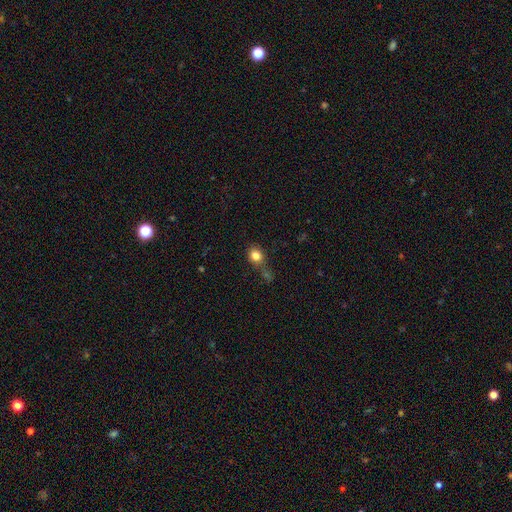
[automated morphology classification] A smooth galaxy with no disk features (81%) that is round (69%). Merging: none (53%).